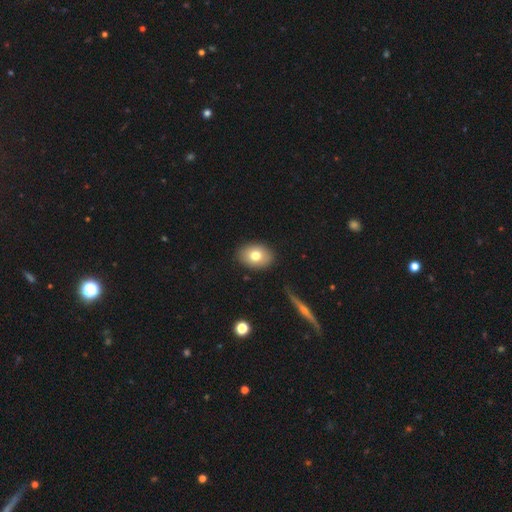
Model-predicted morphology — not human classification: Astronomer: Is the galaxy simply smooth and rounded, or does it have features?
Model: smooth — 75%.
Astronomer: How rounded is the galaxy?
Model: in between — 73%.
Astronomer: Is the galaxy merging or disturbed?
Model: none — 88%.